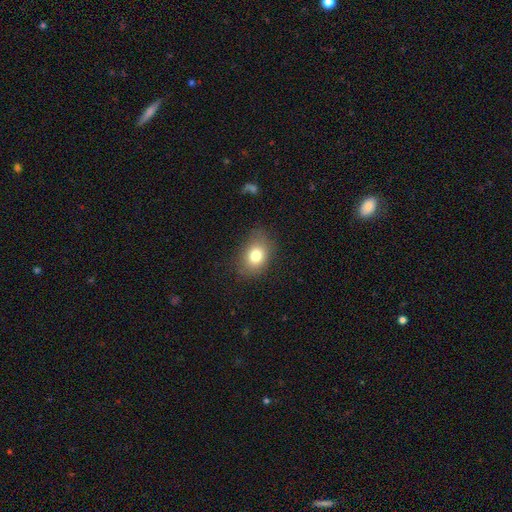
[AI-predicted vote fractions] Smooth or featured? smooth (79%)
How rounded? in between (70%)
Merging? none (75%)